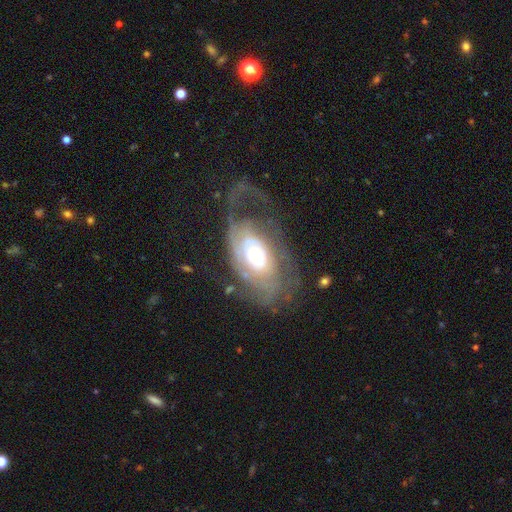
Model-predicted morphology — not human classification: Smooth or featured? Predicted: featured or disk (p=0.77). Edge-on disk? Predicted: no (p=0.94). Bar? Predicted: no (p=0.77). Spiral arms? Predicted: yes (p=0.78). Spiral winding? Predicted: tight (p=0.52). Spiral arm count? Predicted: can't tell (p=0.45). Bulge size? Predicted: moderate (p=0.52). Merging? Predicted: none (p=0.41).